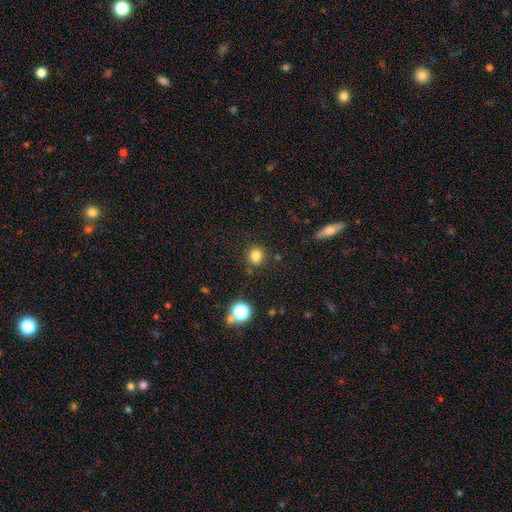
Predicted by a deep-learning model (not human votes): Smooth or featured? smooth (81%)
How rounded? round (77%)
Merging? none (83%)